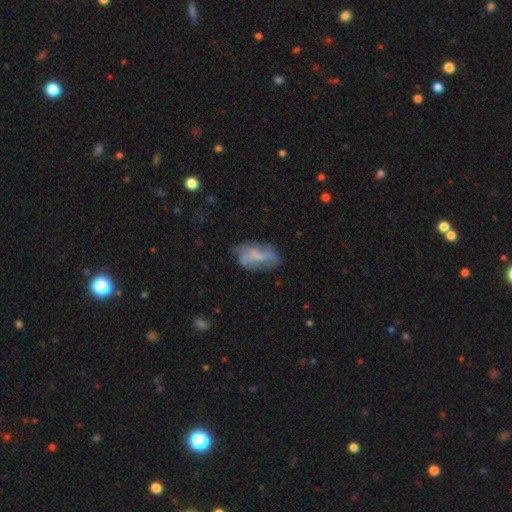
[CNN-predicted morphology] Smooth or featured? featured or disk (59%)
Edge-on disk? no (95%)
Bar? no (48%)
Spiral arms? yes (72%)
Bulge size? none (47%)
Merging? none (55%)